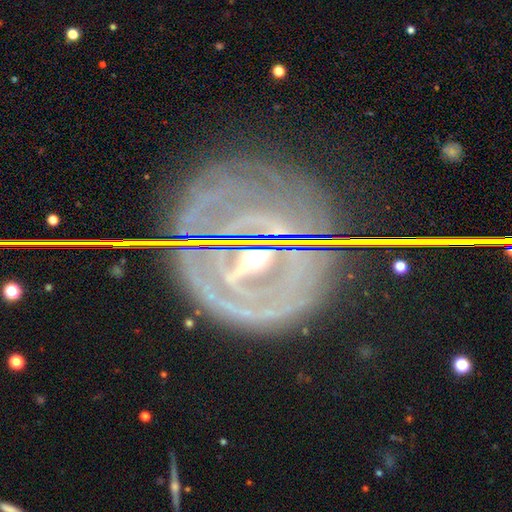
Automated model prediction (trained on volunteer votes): smooth_or_featured: featured or disk (p=0.77) [alt: star or artifact p=0.13]
disk_edge_on: no (p=0.92) [alt: yes p=0.08]
bar: strong (p=0.41) [alt: weak p=0.35]
has_spiral_arms: yes (p=0.75) [alt: no p=0.25]
spiral_winding: tight (p=0.76) [alt: medium p=0.17]
spiral_arm_count: can't tell (p=0.44) [alt: 2 p=0.20]
bulge_size: moderate (p=0.48) [alt: small p=0.41]
merging: none (p=0.68) [alt: minor disturbance p=0.17]